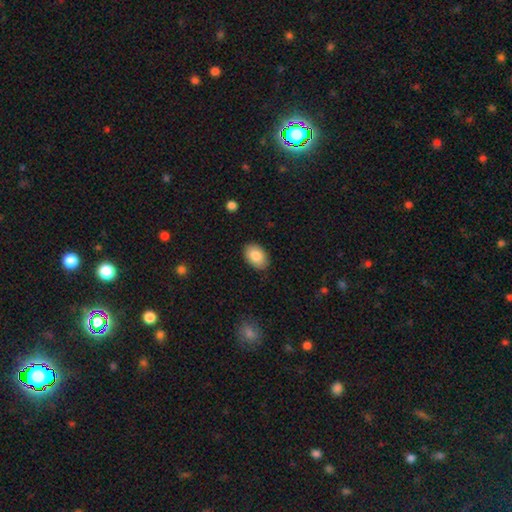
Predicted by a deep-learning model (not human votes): smooth-or-featured: smooth: 86% | featured or disk: 7% | star or artifact: 7%
  how-rounded: in between: 86% | round: 13% | cigar-shaped: 1%
  merging: none: 86% | minor disturbance: 11% | major disturbance: 2% | merger: 1%